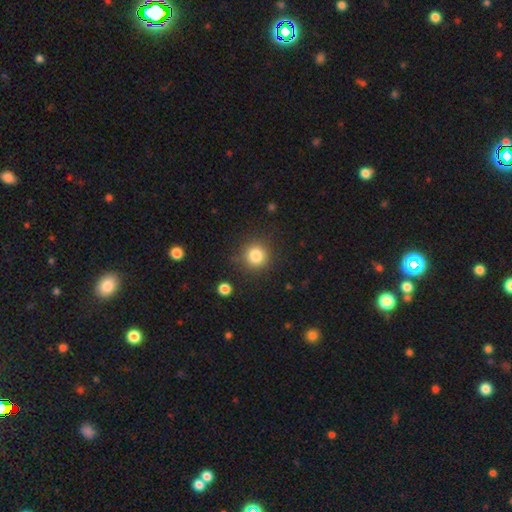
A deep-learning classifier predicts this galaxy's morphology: A smooth galaxy with no disk features (83%) that is round (94%). Merging: none (87%).